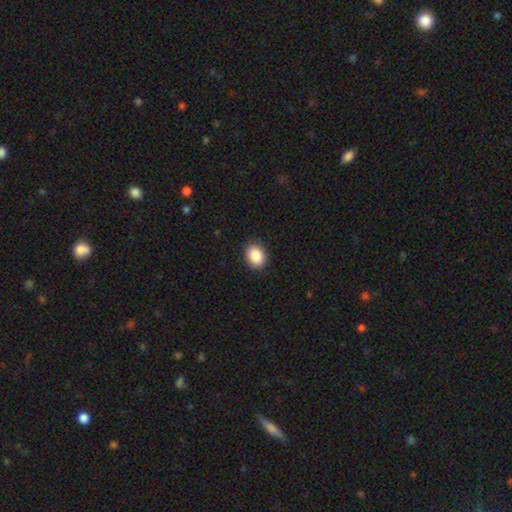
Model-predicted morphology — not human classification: Smooth or featured?
  - smooth: 88% *
  - star or artifact: 8%
  - featured or disk: 4%
How rounded?
  - in between: 70% *
  - round: 29%
  - cigar-shaped: 1%
Merging?
  - none: 89% *
  - minor disturbance: 8%
  - major disturbance: 2%
  - merger: 1%